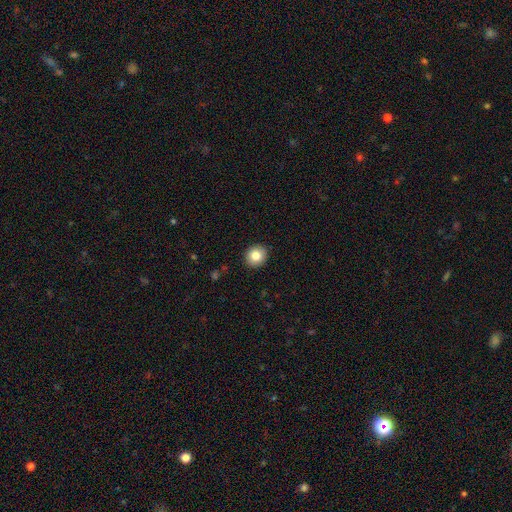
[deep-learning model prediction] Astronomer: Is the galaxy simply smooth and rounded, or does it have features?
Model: smooth — 83%.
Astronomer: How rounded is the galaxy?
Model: round — 82%.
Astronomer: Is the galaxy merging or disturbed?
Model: none — 91%.